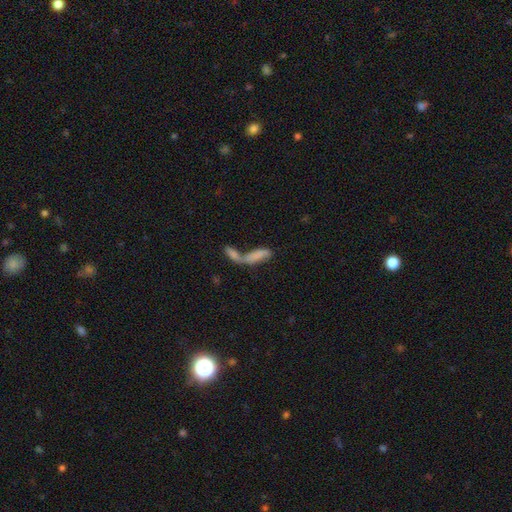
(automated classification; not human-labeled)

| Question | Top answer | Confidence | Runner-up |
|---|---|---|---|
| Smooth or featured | smooth | 68% | featured or disk (21%) |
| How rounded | cigar-shaped | 50% | in between (48%) |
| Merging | merger | 72% | none (15%) |